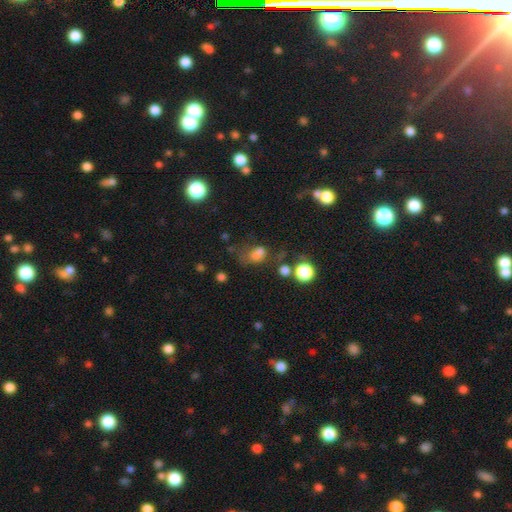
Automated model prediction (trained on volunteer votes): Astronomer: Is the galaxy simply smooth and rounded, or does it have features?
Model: smooth — 67%.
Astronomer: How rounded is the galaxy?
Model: in between — 64%.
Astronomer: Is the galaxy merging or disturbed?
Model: none — 34% (runner-up: major disturbance, 28%).